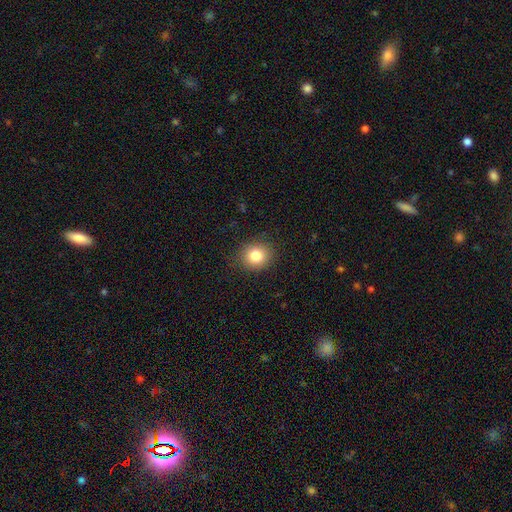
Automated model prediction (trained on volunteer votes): Q: Smooth or featured?
A: smooth (82%); runner-up: star or artifact (11%)
Q: How rounded?
A: round (78%); runner-up: in between (21%)
Q: Merging?
A: none (88%); runner-up: minor disturbance (9%)